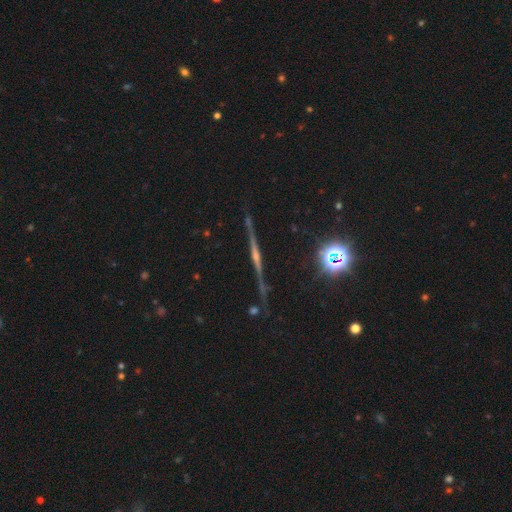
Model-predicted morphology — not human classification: This is likely a featured or disk galaxy (78%). It is clearly viewed edge-on (97%). Edge-on bulge: likely rounded (78%). Merging: clearly none (87%).